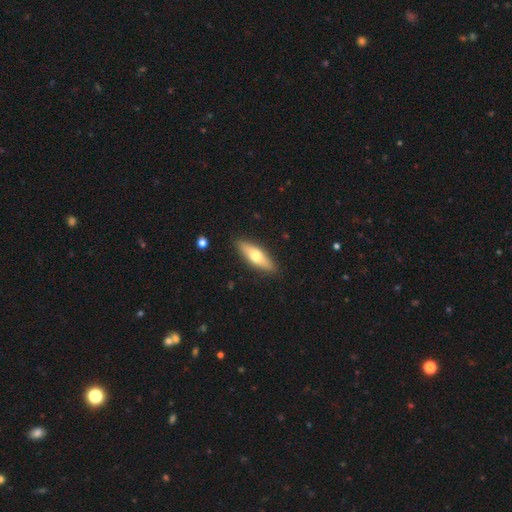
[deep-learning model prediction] The model was most divided on "how rounded" (2-way tie): cigar-shaped: 49%, in between: 49%, round: 2%. More confident: merging — none (88%); smooth or featured — smooth (59%).